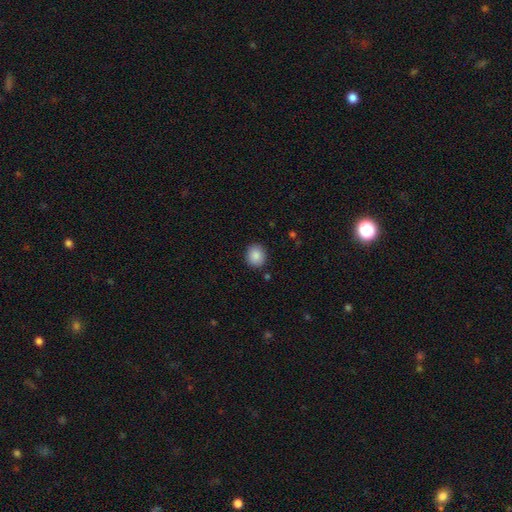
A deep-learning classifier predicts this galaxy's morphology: The model was most divided on "how rounded": round: 77%, in between: 22%, cigar-shaped: 1%. More confident: merging — none (89%); smooth or featured — smooth (88%).